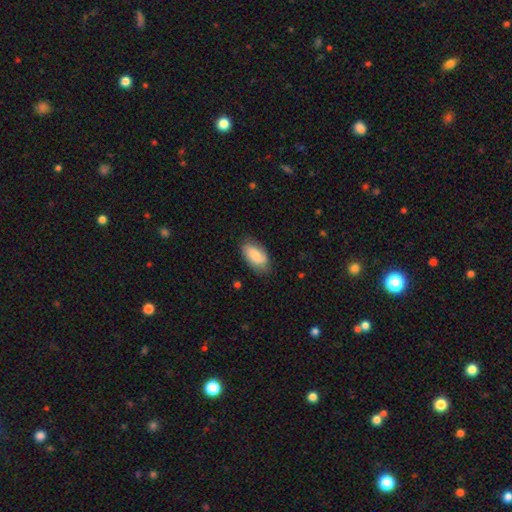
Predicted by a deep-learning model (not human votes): A smooth galaxy with no disk features (72%) that is in between round and cigar-shaped (93%). Merging: none (75%).